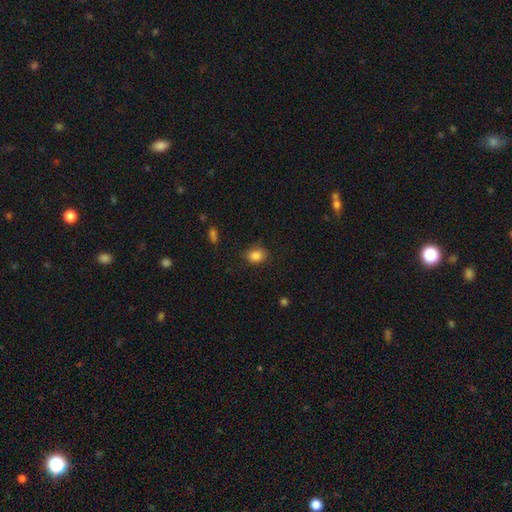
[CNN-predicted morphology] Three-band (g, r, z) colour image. It shows a smooth galaxy with no disk features (86%) that is in between round and cigar-shaped (56%). Merging: none (82%).